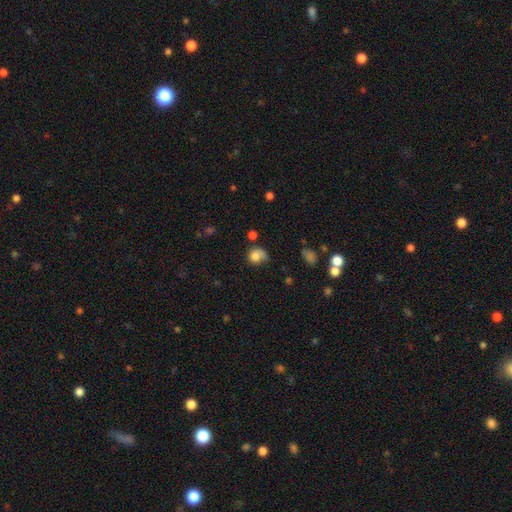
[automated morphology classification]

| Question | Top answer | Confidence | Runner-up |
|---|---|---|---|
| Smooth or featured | smooth | 78% | featured or disk (11%) |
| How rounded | round | 72% | in between (27%) |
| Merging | none | 42% | minor disturbance (30%) |